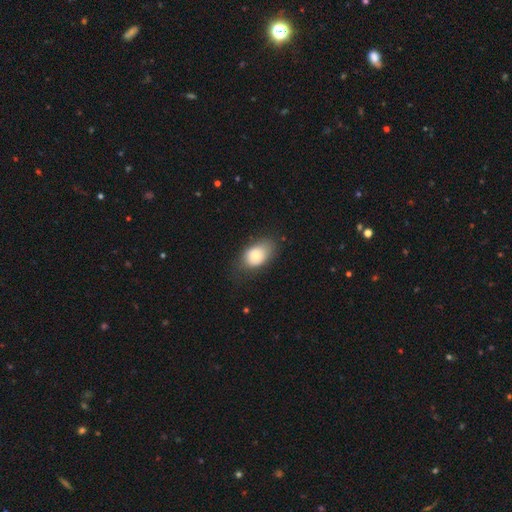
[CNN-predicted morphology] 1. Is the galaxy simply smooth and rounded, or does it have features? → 72% smooth, 20% featured or disk, 8% star or artifact.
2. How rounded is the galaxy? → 82% in between, 16% round, 1% cigar-shaped.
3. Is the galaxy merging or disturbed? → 65% none, 25% minor disturbance, 9% major disturbance, 2% merger.